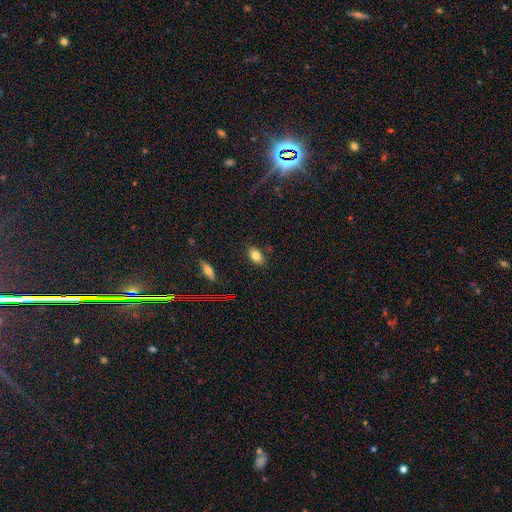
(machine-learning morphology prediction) This is likely a smooth galaxy (79%). How rounded: clearly in between (88%). Merging: clearly none (84%).